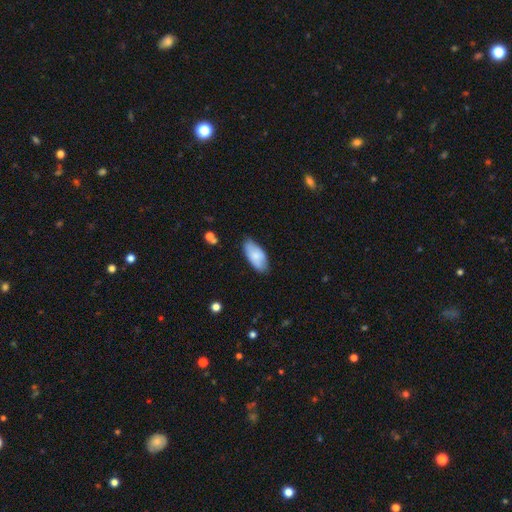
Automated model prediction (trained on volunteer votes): smooth-or-featured: smooth: 79% | featured or disk: 15% | star or artifact: 6%
  how-rounded: in between: 91% | cigar-shaped: 7% | round: 2%
  merging: none: 80% | minor disturbance: 16% | major disturbance: 3% | merger: 1%